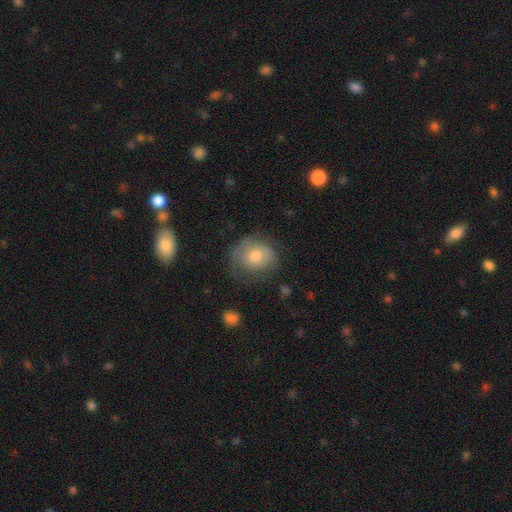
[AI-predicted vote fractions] A smooth galaxy with no disk features (65%) that is round (64%).

Vote fractions:
- Smooth or featured? smooth: 65% / featured or disk: 26% / star or artifact: 9%
- How rounded? round: 64% / in between: 35% / cigar-shaped: 1%
- Merging? none: 60% / minor disturbance: 25% / major disturbance: 13% / merger: 2%